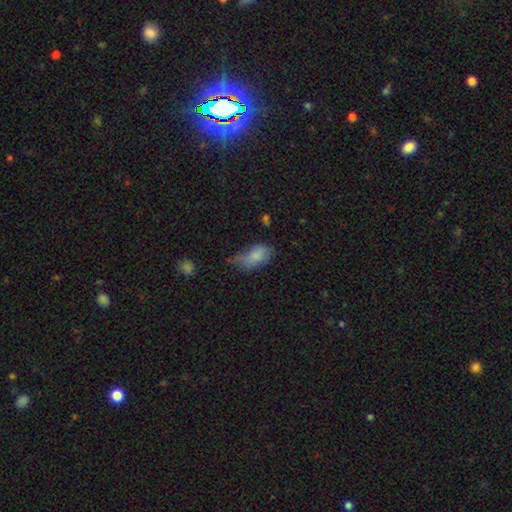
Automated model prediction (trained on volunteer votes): The model was most divided on "merging": minor disturbance: 39%, none: 32%, major disturbance: 22%, merger: 6%. More confident: how rounded — in between (90%); smooth or featured — smooth (78%).